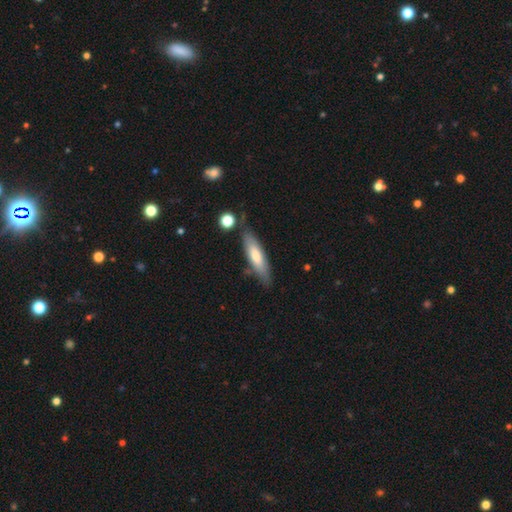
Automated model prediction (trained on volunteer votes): This is likely a smooth galaxy (64%). How rounded: likely cigar-shaped (69%). Merging: likely none (73%).